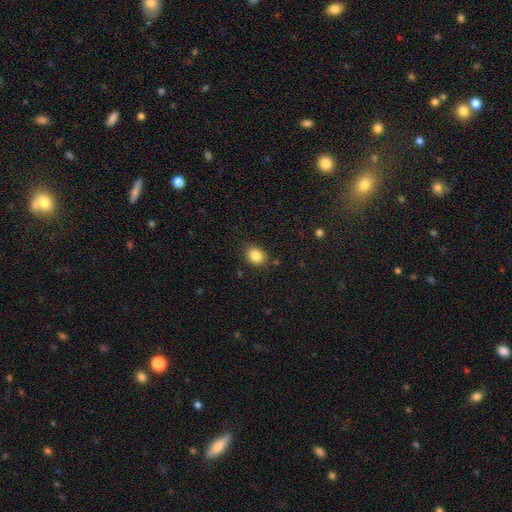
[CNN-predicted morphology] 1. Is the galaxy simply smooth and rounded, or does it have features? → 84% smooth, 10% star or artifact, 6% featured or disk.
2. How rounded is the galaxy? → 51% in between, 48% round, 1% cigar-shaped.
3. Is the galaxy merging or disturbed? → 83% none, 12% minor disturbance, 3% major disturbance, 2% merger.